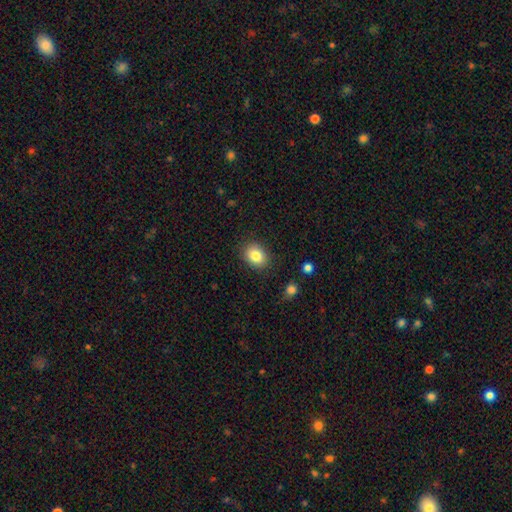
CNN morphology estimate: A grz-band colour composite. It shows a smooth galaxy with no disk features (83%) that is in between round and cigar-shaped (53%). Merging: none (87%).